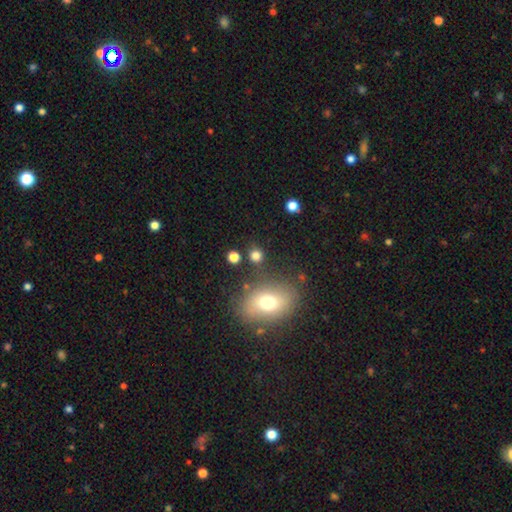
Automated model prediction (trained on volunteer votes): Q: Smooth or featured?
A: smooth (76%); runner-up: star or artifact (17%)
Q: How rounded?
A: round (79%); runner-up: in between (20%)
Q: Merging?
A: none (78%); runner-up: minor disturbance (10%)